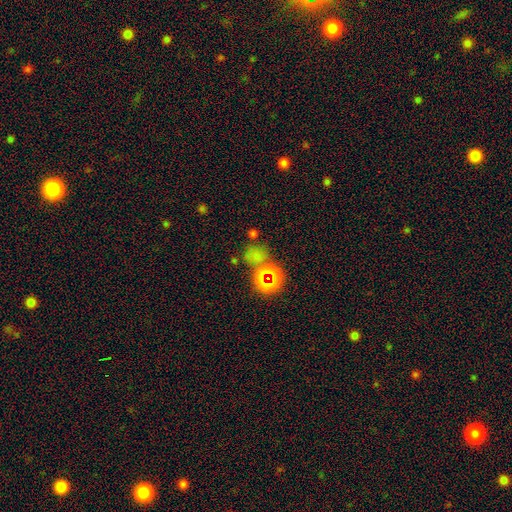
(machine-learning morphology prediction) This is possibly a smooth galaxy (50%). How rounded: likely round (77%). Merging: likely none (64%).